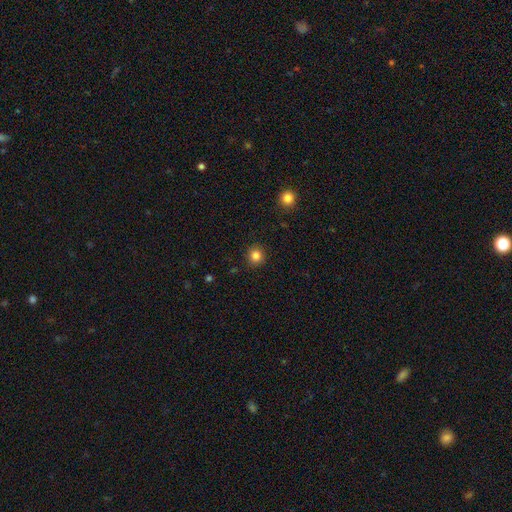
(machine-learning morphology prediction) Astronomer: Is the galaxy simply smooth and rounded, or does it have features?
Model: smooth — 83%.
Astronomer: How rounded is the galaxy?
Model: round — 89%.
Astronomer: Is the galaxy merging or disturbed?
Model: none — 90%.